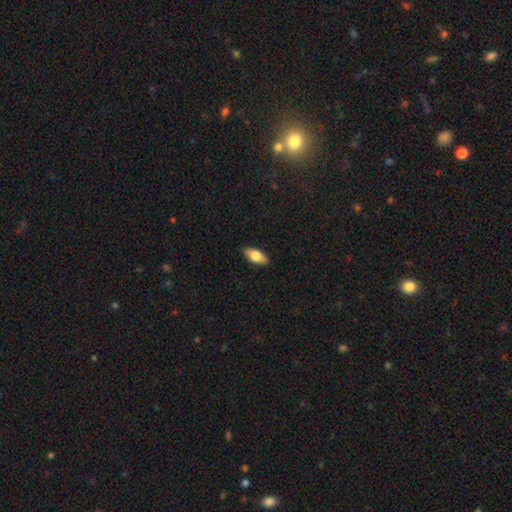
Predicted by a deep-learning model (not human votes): smooth_or_featured: smooth (p=0.77) [alt: featured or disk p=0.16]
how_rounded: in between (p=0.86) [alt: cigar-shaped p=0.11]
merging: none (p=0.88) [alt: minor disturbance p=0.10]